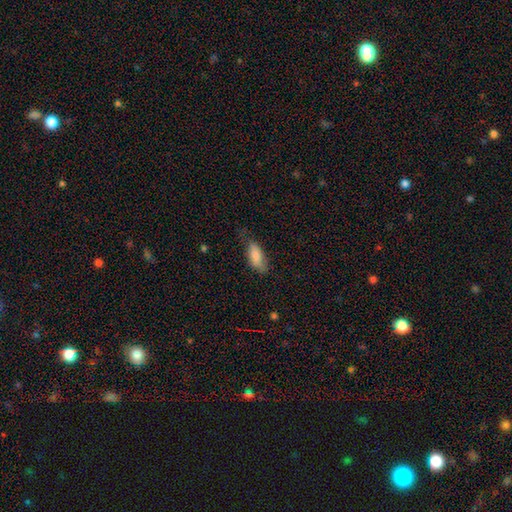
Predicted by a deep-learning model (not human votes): Q: Smooth or featured?
A: smooth (83%); runner-up: featured or disk (10%)
Q: How rounded?
A: in between (82%); runner-up: cigar-shaped (16%)
Q: Merging?
A: none (55%); runner-up: minor disturbance (33%)